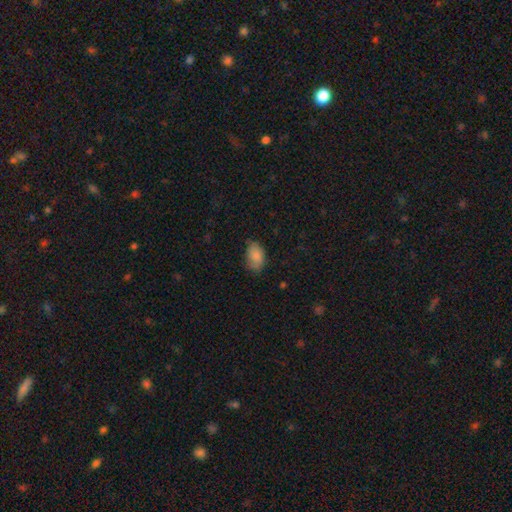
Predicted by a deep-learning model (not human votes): This is clearly a smooth galaxy (85%). How rounded: clearly in between (91%). Merging: likely none (66%).